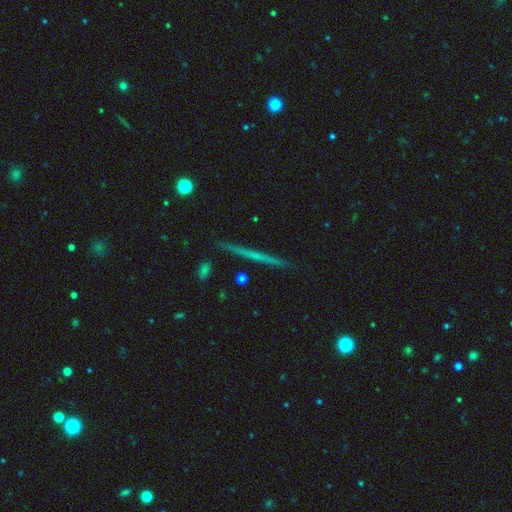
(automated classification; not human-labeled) Smooth or featured? Predicted: featured or disk (p=0.60). Edge-on disk? Predicted: yes (p=0.98). Edge-on bulge? Predicted: none (p=0.85). Merging? Predicted: none (p=0.91).